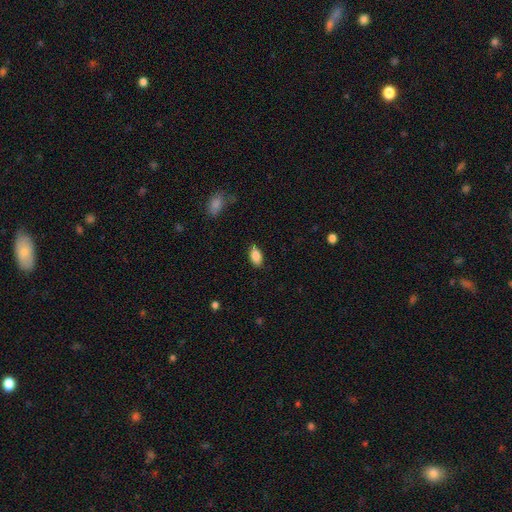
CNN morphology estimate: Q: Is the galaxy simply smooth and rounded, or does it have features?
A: smooth — 87%.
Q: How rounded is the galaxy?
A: in between — 91%.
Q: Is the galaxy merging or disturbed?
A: none — 82%.